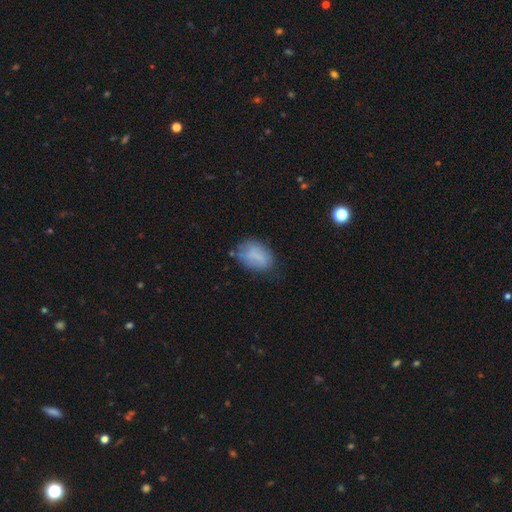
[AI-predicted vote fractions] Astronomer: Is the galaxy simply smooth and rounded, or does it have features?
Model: smooth — 76%.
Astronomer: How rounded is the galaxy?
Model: in between — 82%.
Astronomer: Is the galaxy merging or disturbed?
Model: none — 59%.